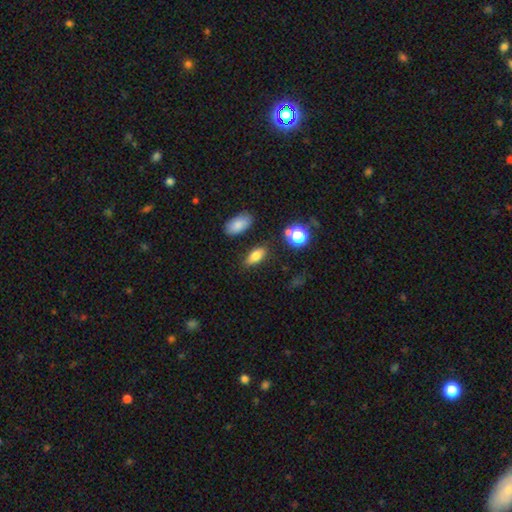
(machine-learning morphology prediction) Overall: smooth (79%). How rounded: in between (87%). Merging: none (83%).